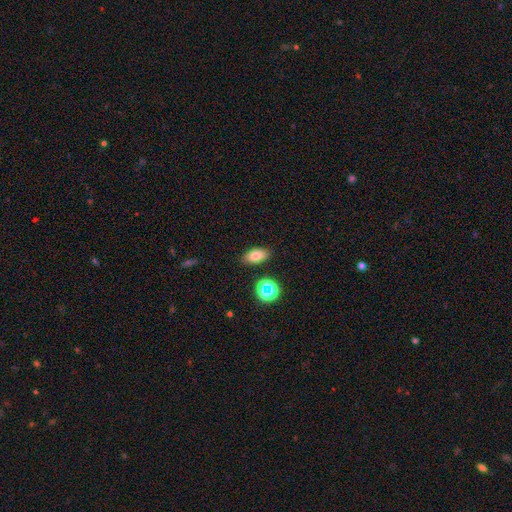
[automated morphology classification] Smooth or featured?
  - smooth: 76% *
  - star or artifact: 13%
  - featured or disk: 11%
How rounded?
  - in between: 87% *
  - round: 8%
  - cigar-shaped: 5%
Merging?
  - none: 85% *
  - minor disturbance: 10%
  - merger: 3%
  - major disturbance: 3%